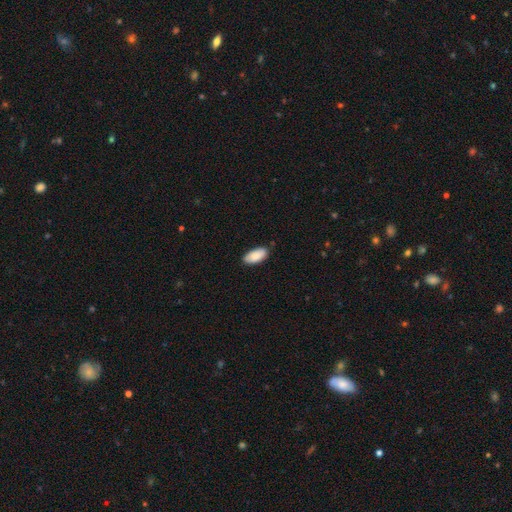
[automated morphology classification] smooth 89%, star or artifact 6%, featured or disk 5%. Down the decision tree: how rounded — in between (92%); merging — none (83%).